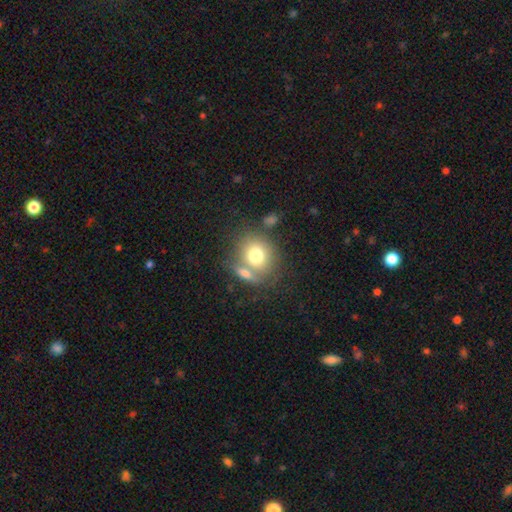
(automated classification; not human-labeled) Smooth or featured? Predicted: smooth (p=0.75). How rounded? Predicted: round (p=0.72). Merging? Predicted: none (p=0.53).